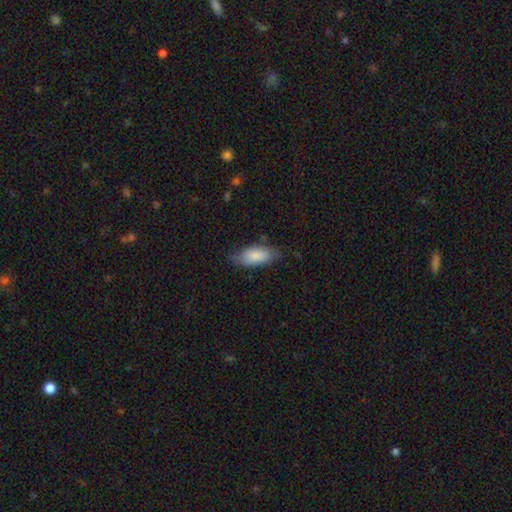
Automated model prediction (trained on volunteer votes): A smooth galaxy with no disk features (83%) that is in between round and cigar-shaped (86%).

Vote fractions:
- Smooth or featured? smooth: 83% / featured or disk: 11% / star or artifact: 6%
- How rounded? in between: 86% / cigar-shaped: 12% / round: 2%
- Merging? none: 68% / minor disturbance: 25% / major disturbance: 5% / merger: 2%